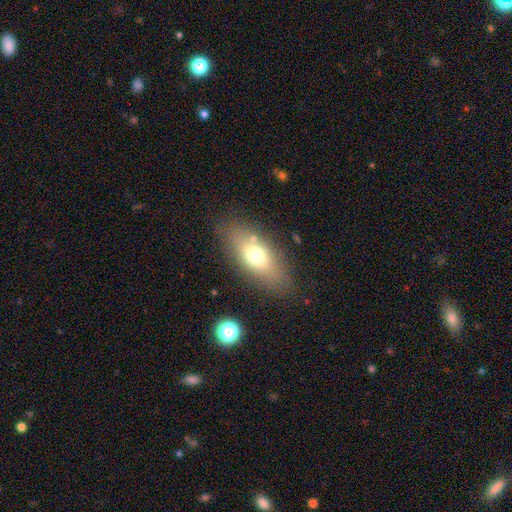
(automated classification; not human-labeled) Smooth or featured? Predicted: smooth (p=0.67). How rounded? Predicted: in between (p=0.80). Merging? Predicted: none (p=0.80).